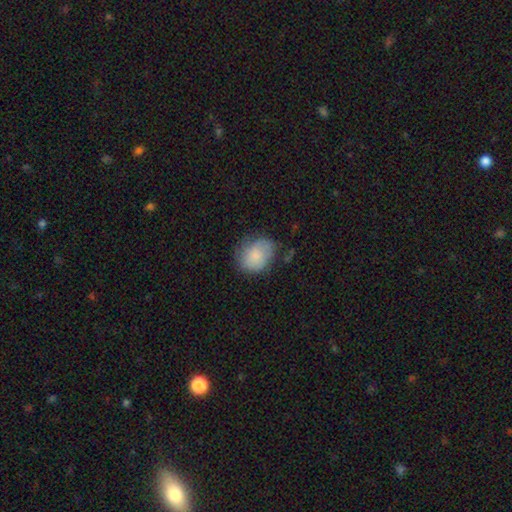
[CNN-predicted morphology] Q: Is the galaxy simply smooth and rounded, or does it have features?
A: smooth — 72%.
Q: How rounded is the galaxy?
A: in between — 50%.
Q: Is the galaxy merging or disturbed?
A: none — 58%.